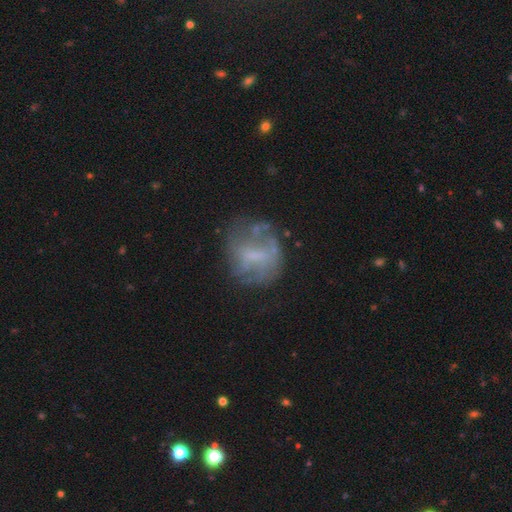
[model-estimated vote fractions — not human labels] Overall: featured or disk (53%; smooth 35%). Edge-on disk: no (97%). Bar: no (51%; weak 38%). Spiral arms: no (66%; yes 34%). Bulge size: none (41%; small 33%). Merging: none (56%; minor disturbance 21%).